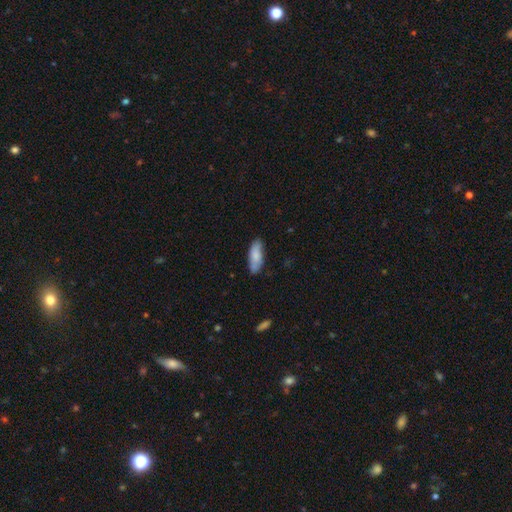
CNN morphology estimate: Overall: smooth (82%). How rounded: in between (69%; cigar-shaped 29%). Merging: none (80%).